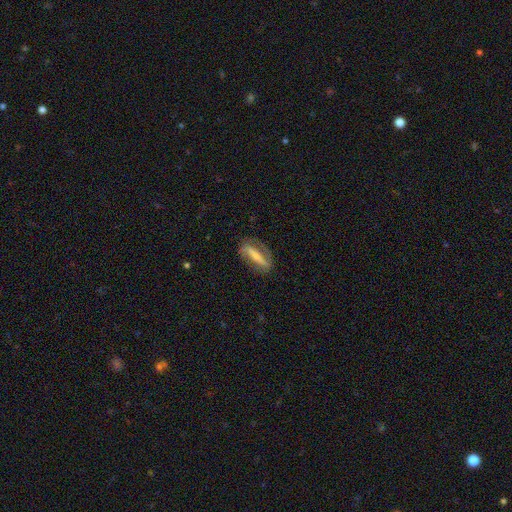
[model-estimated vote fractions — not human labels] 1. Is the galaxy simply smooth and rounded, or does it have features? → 65% featured or disk, 28% smooth, 7% star or artifact.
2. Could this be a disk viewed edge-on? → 78% no, 22% yes.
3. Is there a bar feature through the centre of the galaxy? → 68% strong, 18% weak, 14% no.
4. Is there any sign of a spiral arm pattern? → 76% yes, 24% no.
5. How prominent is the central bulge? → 50% small, 31% moderate, 11% none, 6% large, 2% dominant.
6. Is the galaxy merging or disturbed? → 73% none, 16% minor disturbance, 9% major disturbance, 2% merger.